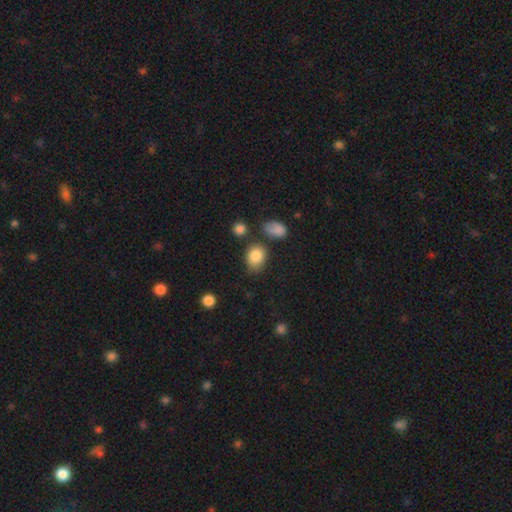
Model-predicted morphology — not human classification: This is clearly a smooth galaxy (85%). How rounded: likely in between (63%). Merging: likely none (65%).